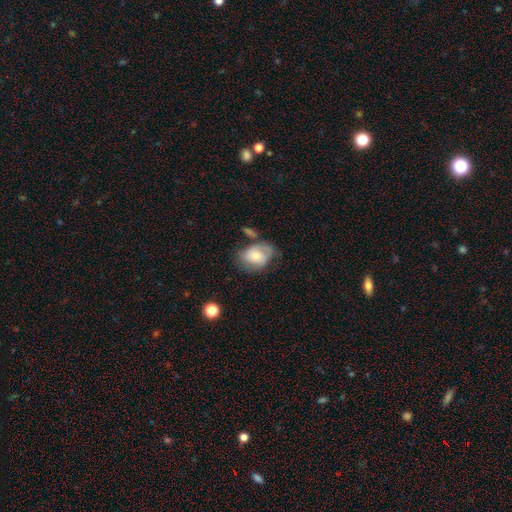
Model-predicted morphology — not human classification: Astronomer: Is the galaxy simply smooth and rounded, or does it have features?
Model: smooth — 52% (runner-up: featured or disk, 40%).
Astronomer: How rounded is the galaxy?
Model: in between — 67%.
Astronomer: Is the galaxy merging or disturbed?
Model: none — 42% (runner-up: minor disturbance, 29%).